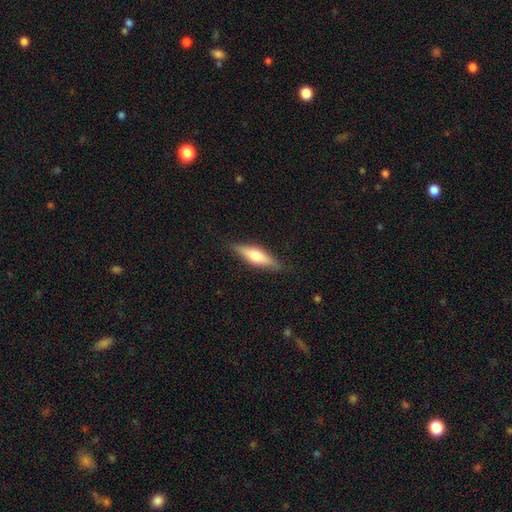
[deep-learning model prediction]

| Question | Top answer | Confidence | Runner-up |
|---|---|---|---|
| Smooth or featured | smooth | 49% | featured or disk (45%) |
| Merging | none | 86% | minor disturbance (11%) |